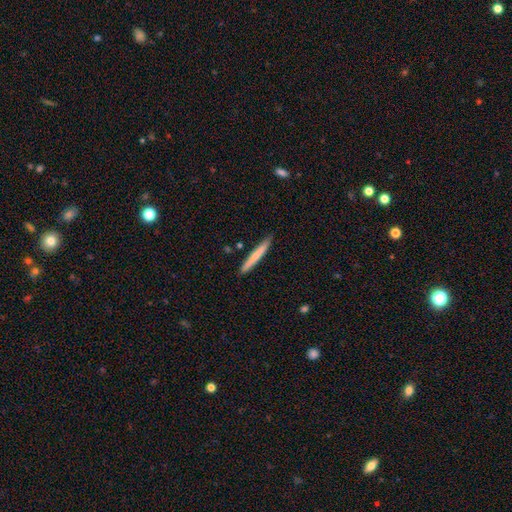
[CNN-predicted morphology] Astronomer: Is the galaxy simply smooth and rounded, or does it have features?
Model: smooth — 67%.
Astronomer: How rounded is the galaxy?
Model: cigar-shaped — 96%.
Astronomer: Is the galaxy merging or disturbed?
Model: none — 89%.